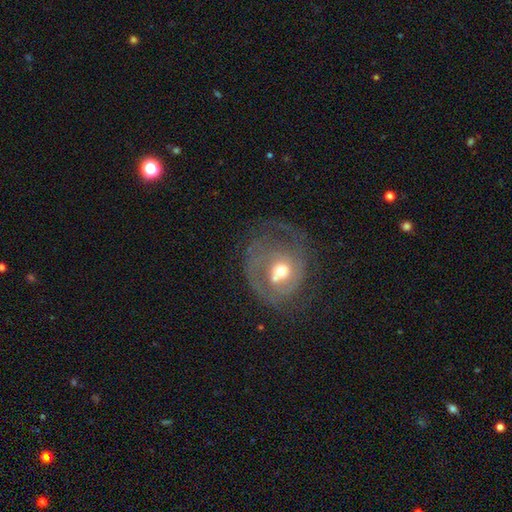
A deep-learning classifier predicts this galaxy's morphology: smooth-or-featured: featured or disk: 69% | smooth: 22% | star or artifact: 9%
  disk-edge-on: no: 96% | yes: 4%
    bar: no: 56% | weak: 33% | strong: 11%
    has-spiral-arms: yes: 67% | no: 33%
    bulge-size: moderate: 69% | small: 20% | large: 9% | none: 1% | dominant: 1%
  merging: none: 53% | major disturbance: 24% | minor disturbance: 20% | merger: 2%